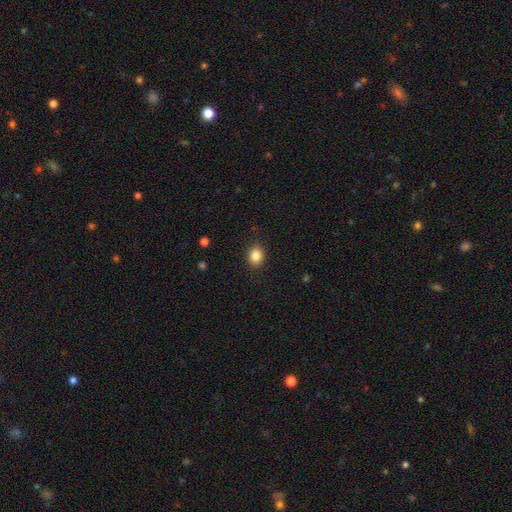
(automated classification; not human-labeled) Smooth or featured: smooth — 84% (star or artifact — 10%)
How rounded: round — 56% (in between — 43%)
Merging: none — 88% (minor disturbance — 8%)